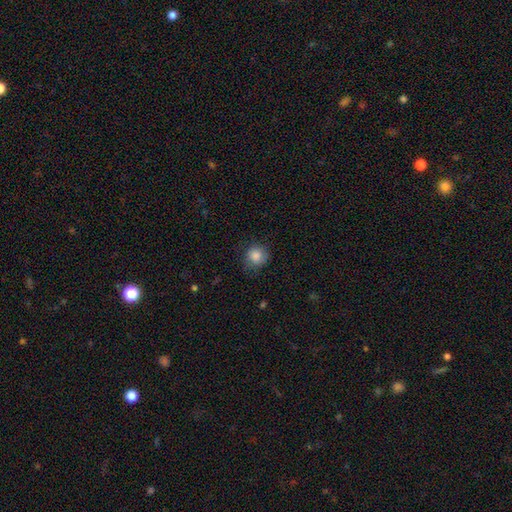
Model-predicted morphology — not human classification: smooth 86%, star or artifact 9%, featured or disk 5%. Down the decision tree: how rounded — round (88%); merging — none (77%).